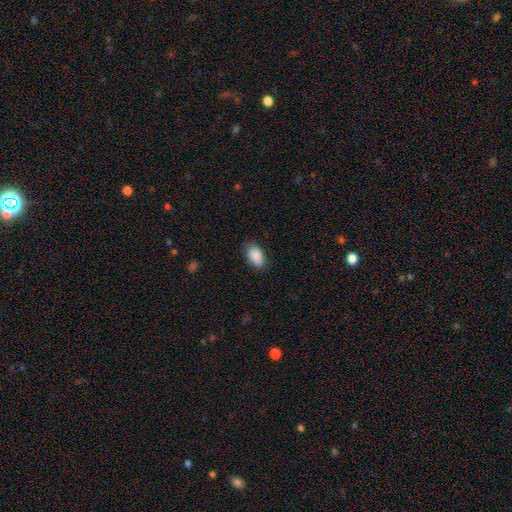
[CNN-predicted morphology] Q: Smooth or featured?
A: smooth (88%); runner-up: star or artifact (7%)
Q: How rounded?
A: in between (92%); runner-up: round (7%)
Q: Merging?
A: none (77%); runner-up: minor disturbance (18%)